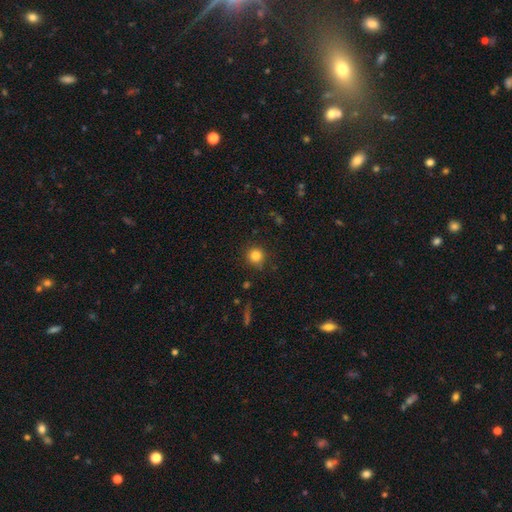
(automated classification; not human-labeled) This appears to be a smooth galaxy with no disk features (82%) that is round (93%). Merging: none (87%).